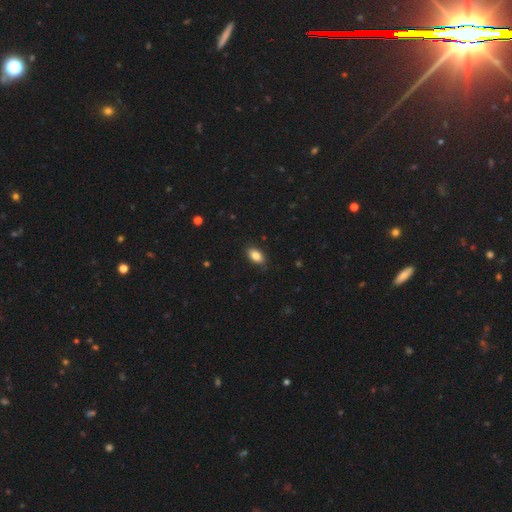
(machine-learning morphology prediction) This appears to be a smooth galaxy with no disk features (85%) that is in between round and cigar-shaped (92%). Merging: none (87%).